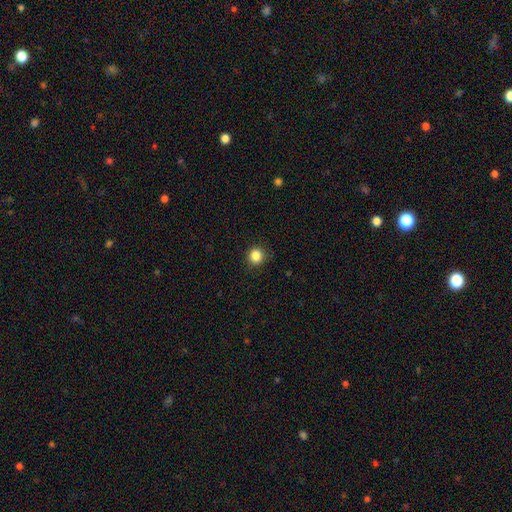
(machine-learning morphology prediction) Smooth or featured? Predicted: smooth (p=0.85). How rounded? Predicted: round (p=0.92). Merging? Predicted: none (p=0.90).